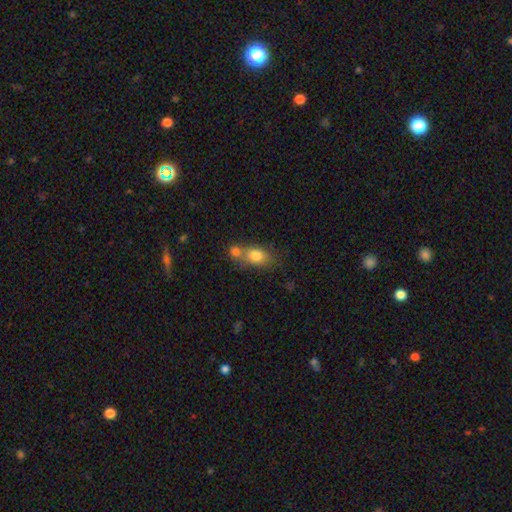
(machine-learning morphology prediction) The model was most divided on "merging": merger: 47%, none: 37%, minor disturbance: 11%, major disturbance: 4%. More confident: smooth or featured — smooth (79%); how rounded — in between (69%).